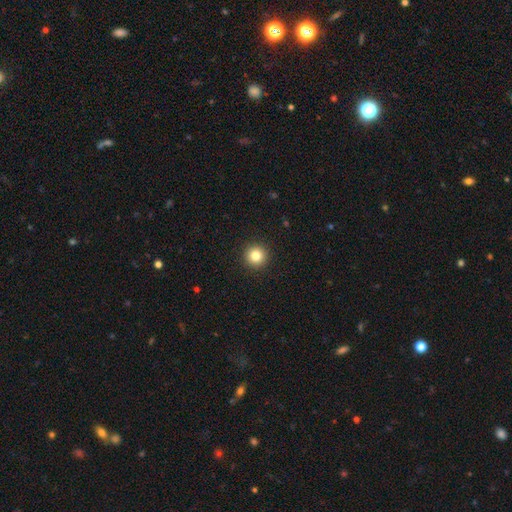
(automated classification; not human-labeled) Q: Smooth or featured?
A: smooth (82%); runner-up: star or artifact (11%)
Q: How rounded?
A: round (96%); runner-up: in between (3%)
Q: Merging?
A: none (93%); runner-up: minor disturbance (4%)